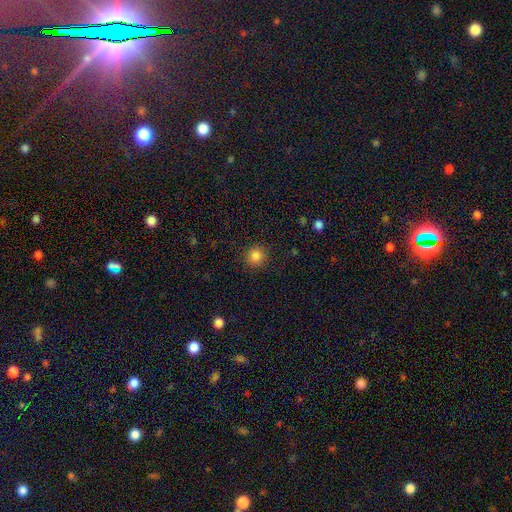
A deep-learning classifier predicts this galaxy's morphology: A smooth galaxy with no disk features (85%) that is round (91%).

Vote fractions:
- Smooth or featured? smooth: 85% / star or artifact: 11% / featured or disk: 4%
- How rounded? round: 91% / in between: 8% / cigar-shaped: 1%
- Merging? none: 90% / minor disturbance: 7% / major disturbance: 2% / merger: 1%